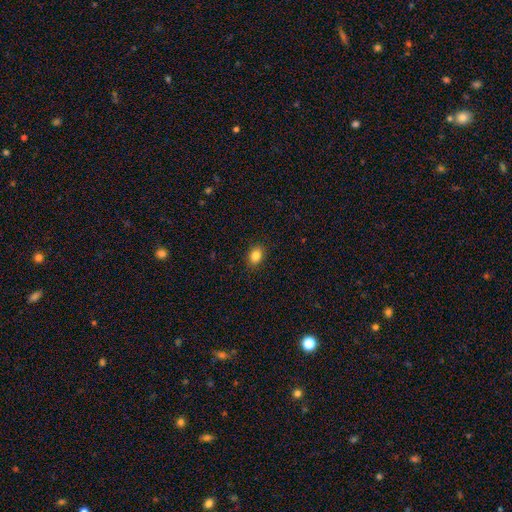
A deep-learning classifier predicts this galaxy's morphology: A smooth galaxy with no disk features (85%) that is in between round and cigar-shaped (71%). Merging: none (90%).